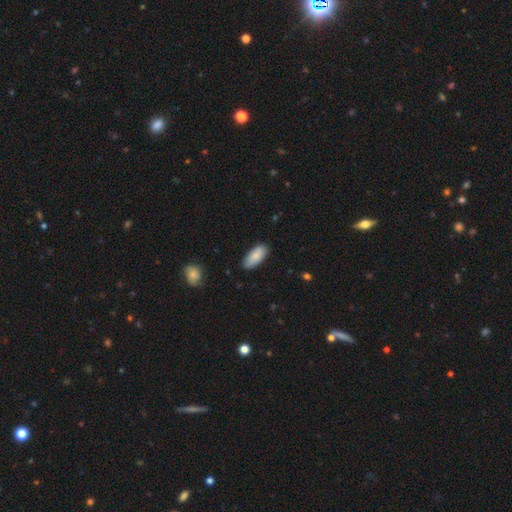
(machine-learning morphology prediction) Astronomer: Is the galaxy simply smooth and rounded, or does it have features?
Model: smooth — 86%.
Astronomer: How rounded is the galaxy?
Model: in between — 87%.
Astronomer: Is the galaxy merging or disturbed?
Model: none — 84%.